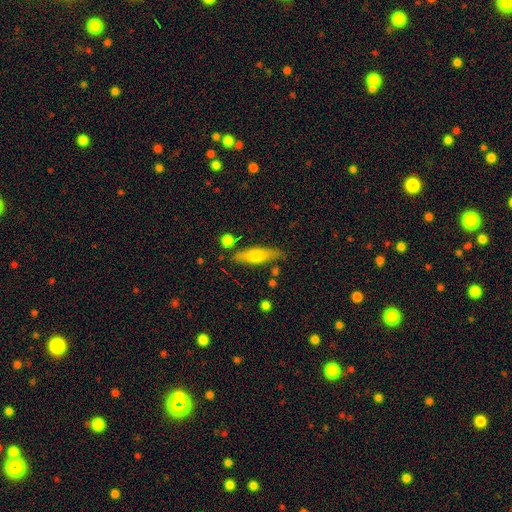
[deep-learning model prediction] smooth_or_featured: smooth (p=0.59) [alt: featured or disk p=0.35]
how_rounded: cigar-shaped (p=0.63) [alt: in between p=0.35]
merging: none (p=0.76) [alt: minor disturbance p=0.15]